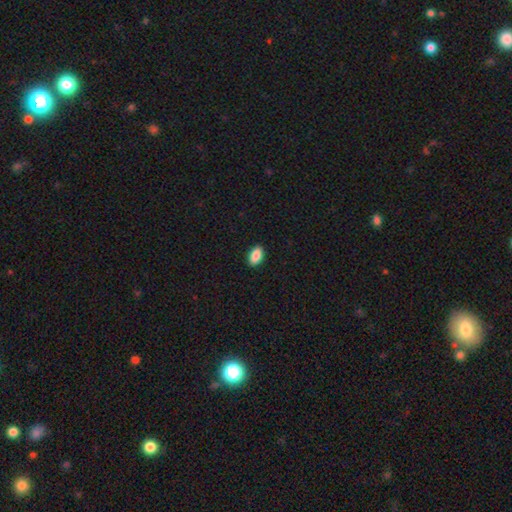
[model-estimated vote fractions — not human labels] This is clearly a smooth galaxy (88%). How rounded: clearly in between (92%). Merging: clearly none (91%).